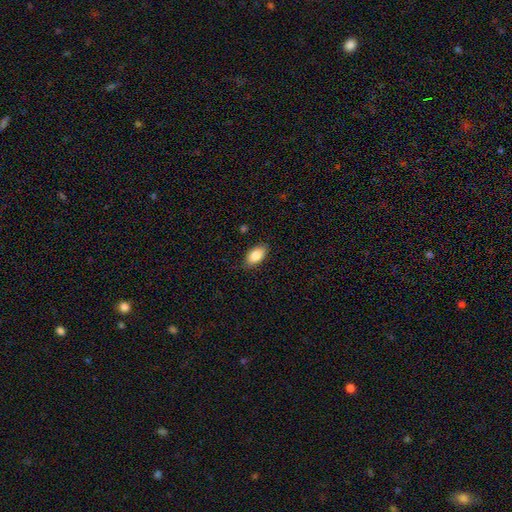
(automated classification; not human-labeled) Smooth or featured? Predicted: smooth (p=0.85). How rounded? Predicted: in between (p=0.93). Merging? Predicted: none (p=0.85).